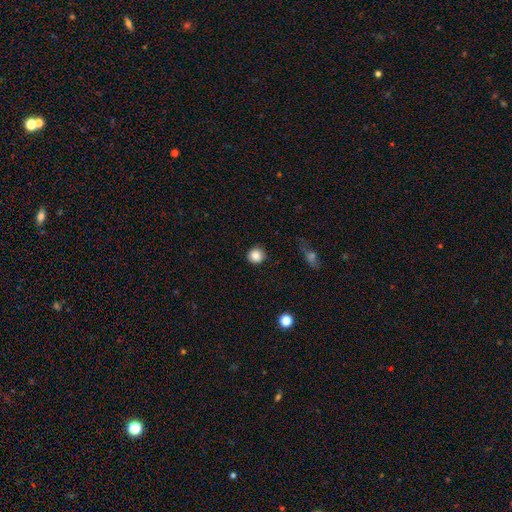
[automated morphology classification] Overall: smooth (86%). How rounded: round (93%). Merging: none (90%).